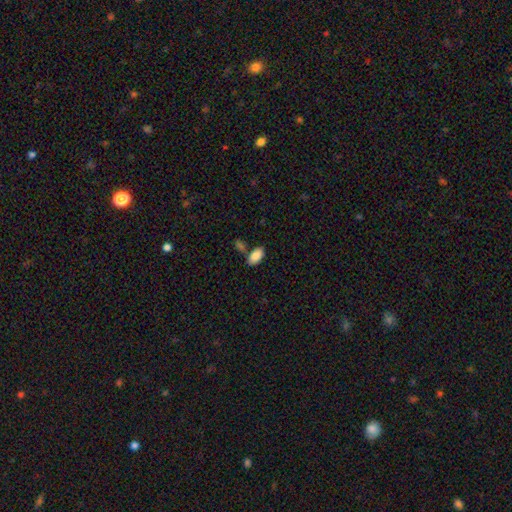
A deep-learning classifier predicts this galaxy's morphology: smooth_or_featured: smooth (p=0.87) [alt: star or artifact p=0.07]
how_rounded: in between (p=0.94) [alt: round p=0.03]
merging: none (p=0.68) [alt: merger p=0.16]